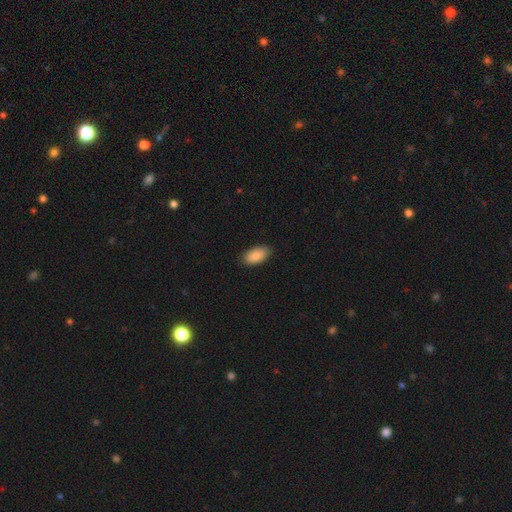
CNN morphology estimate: Q: Smooth or featured?
A: smooth (89%); runner-up: star or artifact (6%)
Q: How rounded?
A: in between (94%); runner-up: cigar-shaped (3%)
Q: Merging?
A: none (87%); runner-up: minor disturbance (10%)